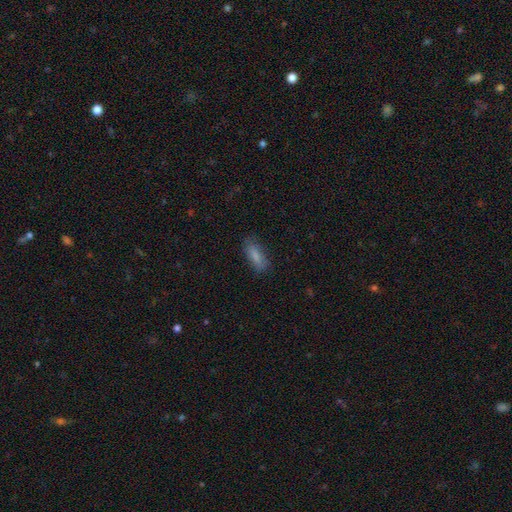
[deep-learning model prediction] Q: Smooth or featured?
A: smooth (83%); runner-up: featured or disk (10%)
Q: How rounded?
A: in between (65%); runner-up: cigar-shaped (33%)
Q: Merging?
A: none (77%); runner-up: minor disturbance (17%)